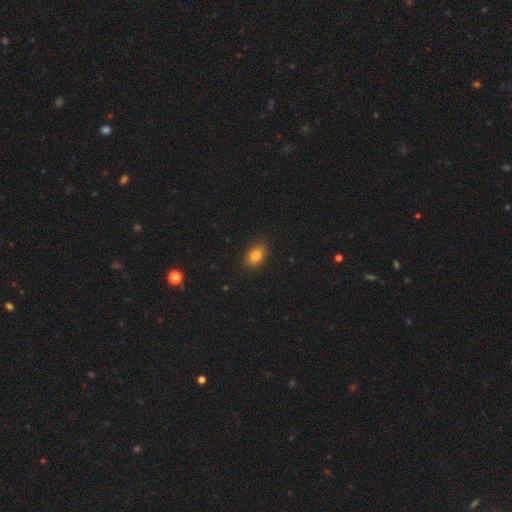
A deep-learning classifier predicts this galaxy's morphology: A smooth galaxy with no disk features (84%) that is in between round and cigar-shaped (84%).

Vote fractions:
- Smooth or featured? smooth: 84% / star or artifact: 9% / featured or disk: 6%
- How rounded? in between: 84% / round: 14% / cigar-shaped: 2%
- Merging? none: 87% / minor disturbance: 10% / major disturbance: 2% / merger: 1%